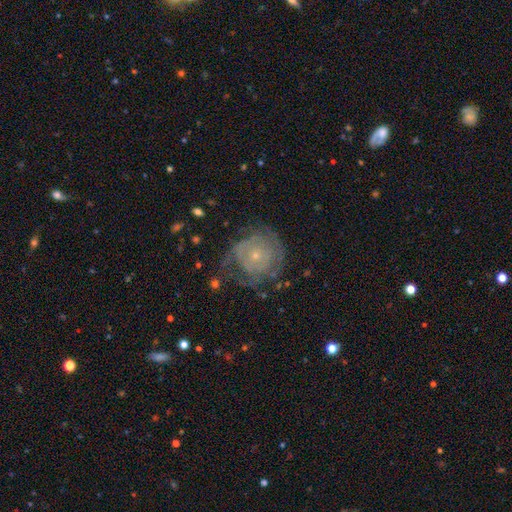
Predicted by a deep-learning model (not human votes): The model was most divided on "merging": none: 57%, minor disturbance: 22%, major disturbance: 19%, merger: 2%. More confident: edge-on disk — no (97%); bar — no (84%); bulge size — small (75%); spiral arms — yes (74%); smooth or featured — featured or disk (70%).